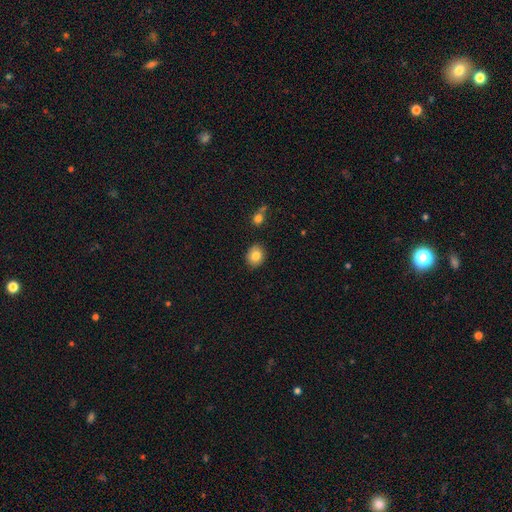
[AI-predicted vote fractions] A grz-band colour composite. It shows a smooth galaxy with no disk features (83%) that is round (61%). Merging: none (87%).